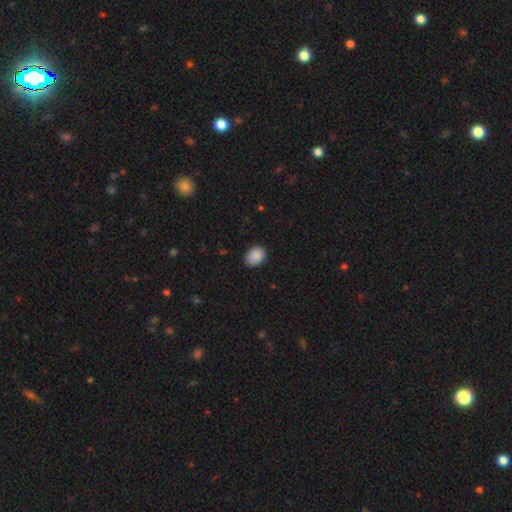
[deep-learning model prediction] This is clearly a smooth galaxy (88%). How rounded: likely in between (69%). Merging: clearly none (81%).